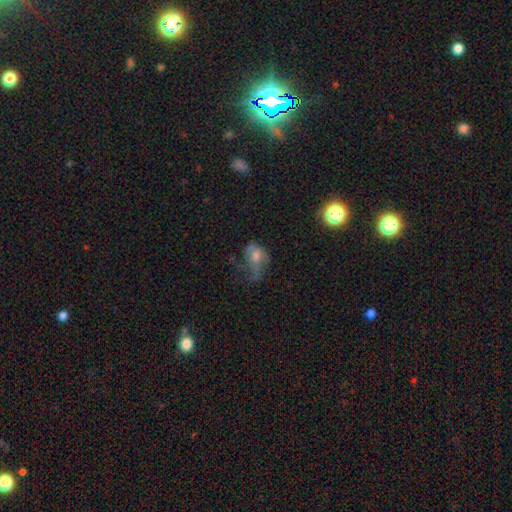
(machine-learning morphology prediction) type=featured or disk (44%); merging=major disturbance (41%).